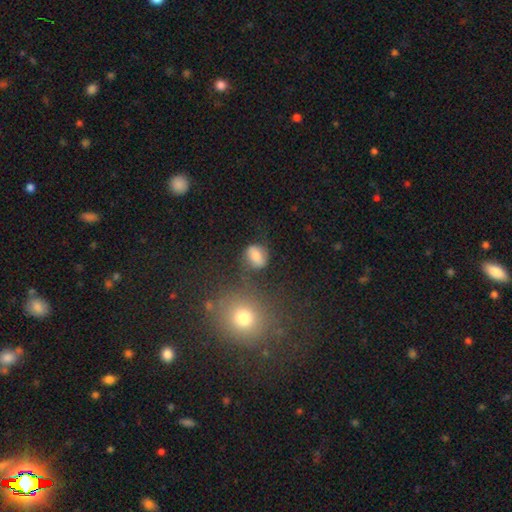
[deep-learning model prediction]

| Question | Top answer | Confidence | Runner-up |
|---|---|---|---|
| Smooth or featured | smooth | 65% | featured or disk (24%) |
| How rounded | round | 58% | in between (40%) |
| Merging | none | 68% | minor disturbance (18%) |